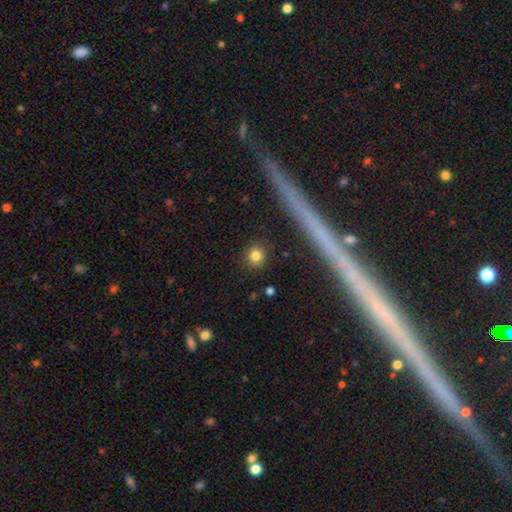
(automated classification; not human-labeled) smooth 82%, star or artifact 12%, featured or disk 7%. Down the decision tree: how rounded — round (89%); merging — none (90%).